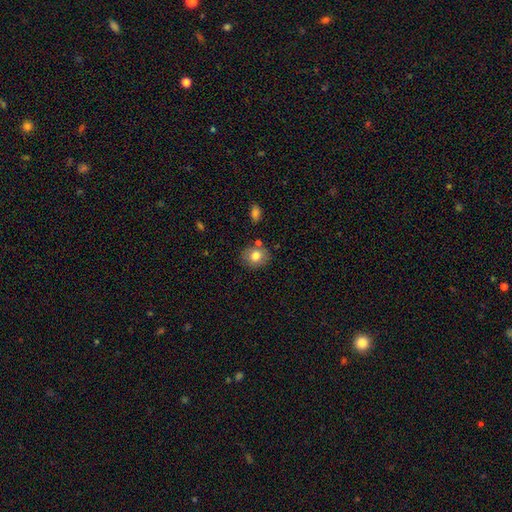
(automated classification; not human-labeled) Q: Smooth or featured?
A: smooth (79%); runner-up: featured or disk (12%)
Q: How rounded?
A: round (70%); runner-up: in between (29%)
Q: Merging?
A: none (78%); runner-up: minor disturbance (12%)